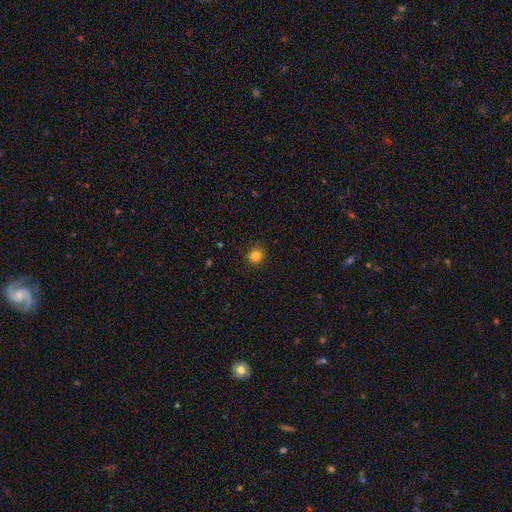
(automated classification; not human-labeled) Morphology: type=smooth (82%); roundness=round (92%); merging=none (91%).